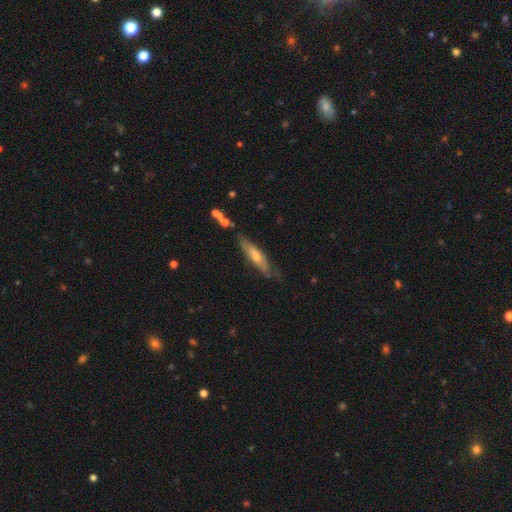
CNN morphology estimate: Smooth or featured?
  - featured or disk: 51% *
  - smooth: 42%
  - star or artifact: 7%
Edge-on disk?
  - yes: 73% *
  - no: 27%
Merging?
  - none: 69% *
  - minor disturbance: 21%
  - major disturbance: 6%
  - merger: 4%